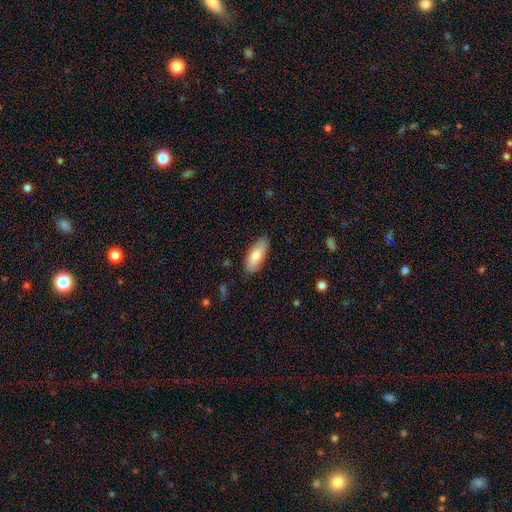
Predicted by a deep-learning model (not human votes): Overall: smooth (77%). How rounded: in between (79%). Merging: none (81%).